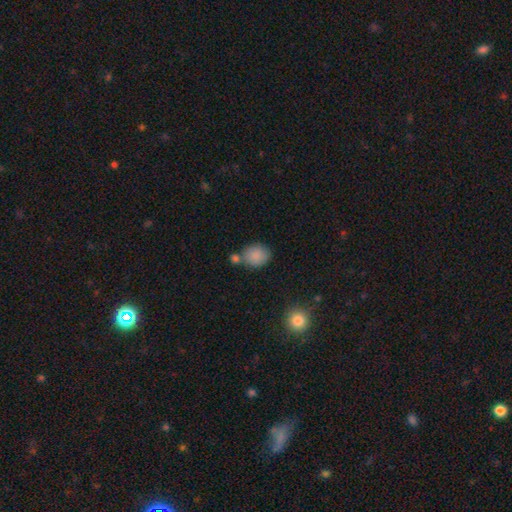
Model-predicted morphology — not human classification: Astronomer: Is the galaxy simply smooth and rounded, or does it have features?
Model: smooth — 87%.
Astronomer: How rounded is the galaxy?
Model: round — 56% (runner-up: in between, 42%).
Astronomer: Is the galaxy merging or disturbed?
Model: none — 58%.